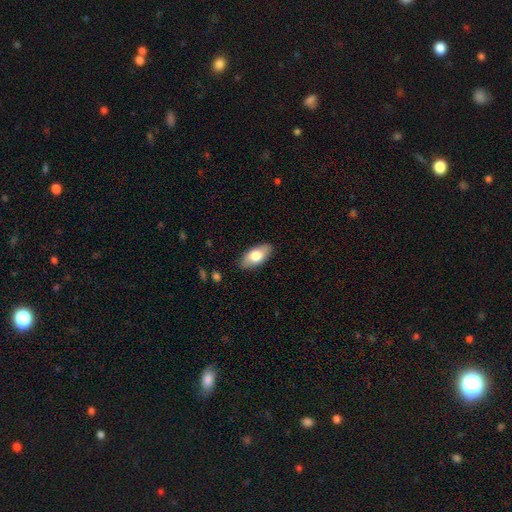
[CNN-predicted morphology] This is likely a smooth galaxy (74%). How rounded: clearly in between (91%). Merging: clearly none (87%).